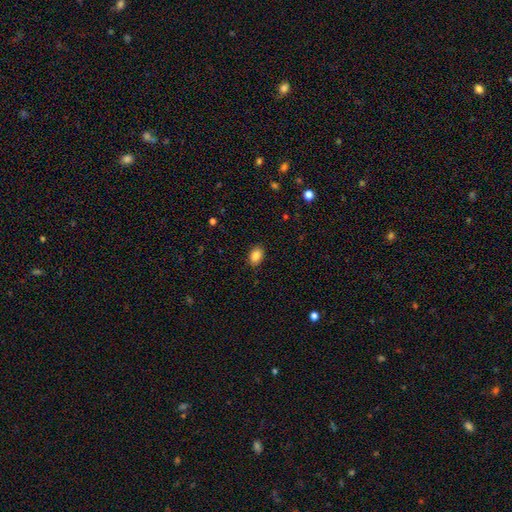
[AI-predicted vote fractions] The model was most divided on "how rounded": in between: 83%, round: 16%, cigar-shaped: 1%. More confident: merging — none (88%); smooth or featured — smooth (87%).